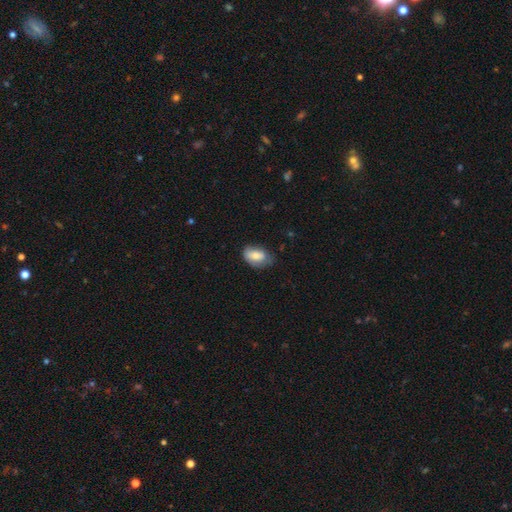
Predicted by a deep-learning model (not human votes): Smooth or featured? smooth (75%)
How rounded? in between (89%)
Merging? none (56%)